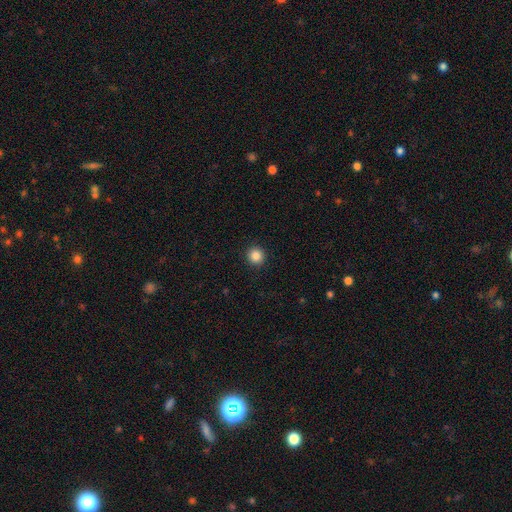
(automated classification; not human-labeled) smooth_or_featured: smooth (p=0.86) [alt: star or artifact p=0.11]
how_rounded: round (p=0.94) [alt: in between p=0.05]
merging: none (p=0.93) [alt: minor disturbance p=0.05]